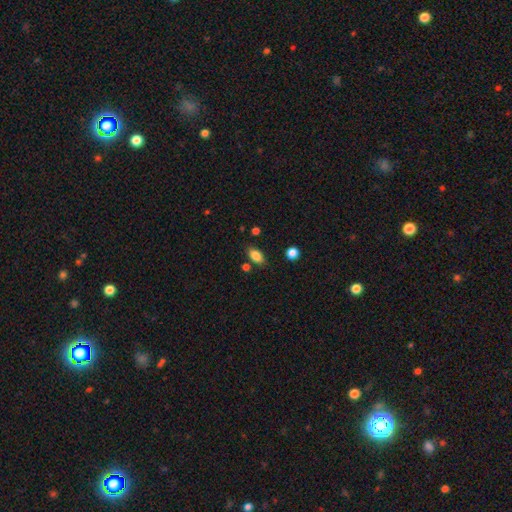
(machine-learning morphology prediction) Smooth or featured?
  - smooth: 85% *
  - star or artifact: 9%
  - featured or disk: 6%
How rounded?
  - in between: 89% *
  - round: 7%
  - cigar-shaped: 4%
Merging?
  - none: 79% *
  - minor disturbance: 13%
  - merger: 5%
  - major disturbance: 3%